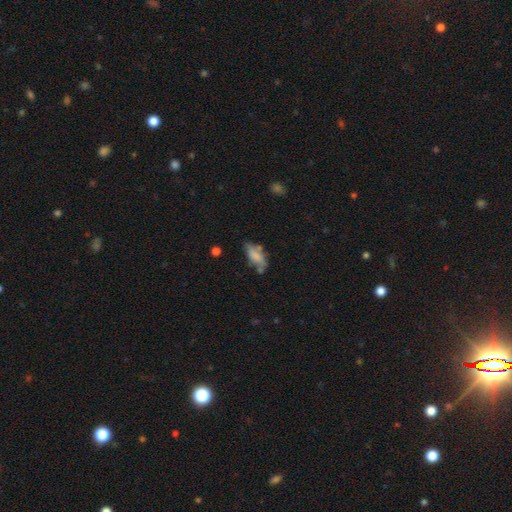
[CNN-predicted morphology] Q: Smooth or featured?
A: smooth (69%); runner-up: featured or disk (23%)
Q: How rounded?
A: in between (77%); runner-up: cigar-shaped (21%)
Q: Merging?
A: none (47%); runner-up: minor disturbance (30%)